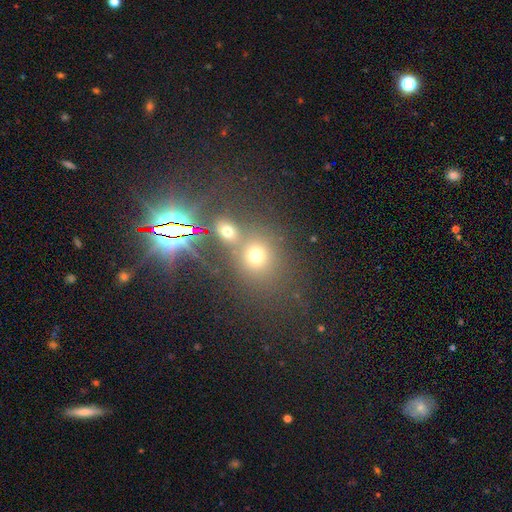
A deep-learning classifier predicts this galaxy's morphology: The model was most divided on "merging": none: 51%, merger: 35%, minor disturbance: 8%, major disturbance: 5%. More confident: how rounded — round (76%); smooth or featured — smooth (63%).